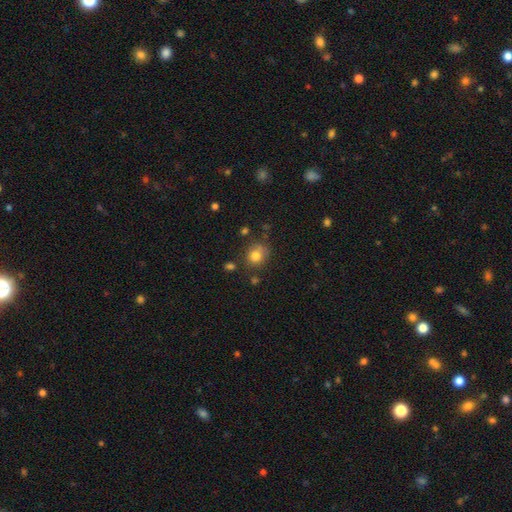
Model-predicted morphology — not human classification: type=smooth (80%); roundness=round (73%); merging=none (67%).